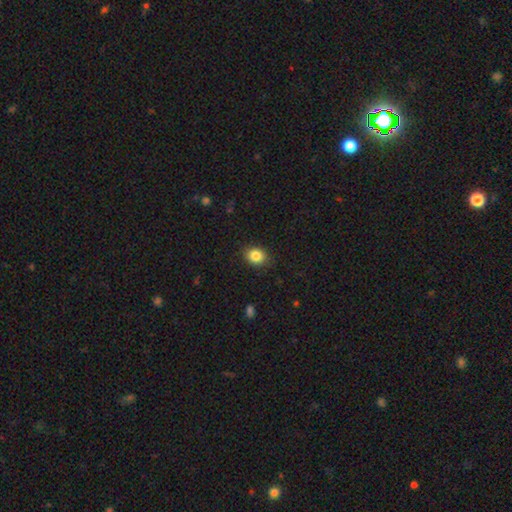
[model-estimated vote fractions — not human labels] Morphology: type=smooth (85%); roundness=round (57%); merging=none (87%).